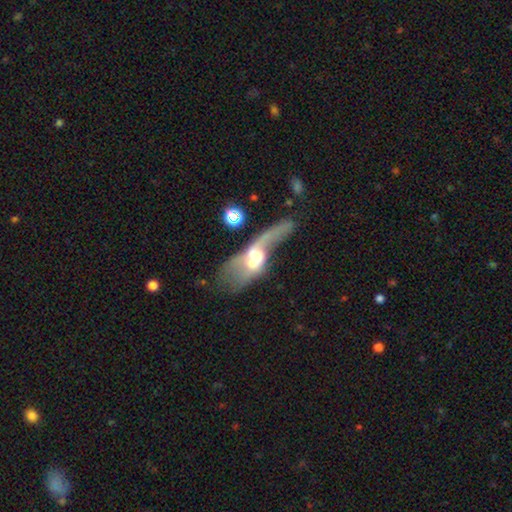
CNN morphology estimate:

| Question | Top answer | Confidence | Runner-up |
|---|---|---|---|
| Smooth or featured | featured or disk | 55% | smooth (36%) |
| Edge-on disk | no | 85% | yes (15%) |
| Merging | merger | 40% | major disturbance (35%) |